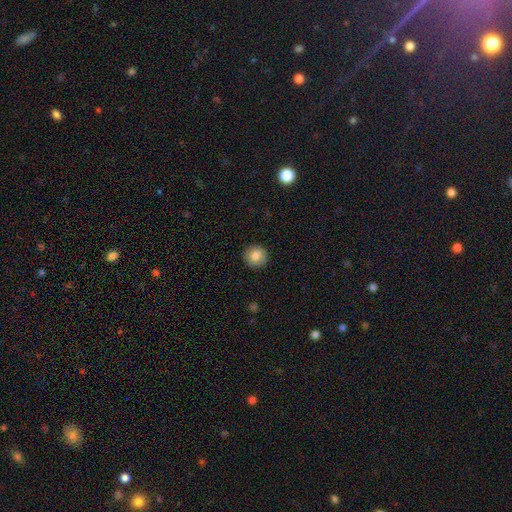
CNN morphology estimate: This is clearly a smooth galaxy (84%). How rounded: clearly round (94%). Merging: clearly none (92%).